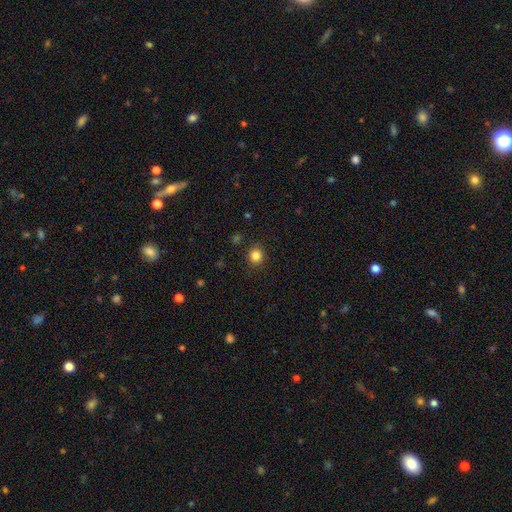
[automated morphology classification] This appears to be a smooth galaxy with no disk features (84%) that is round (89%). Merging: none (90%).